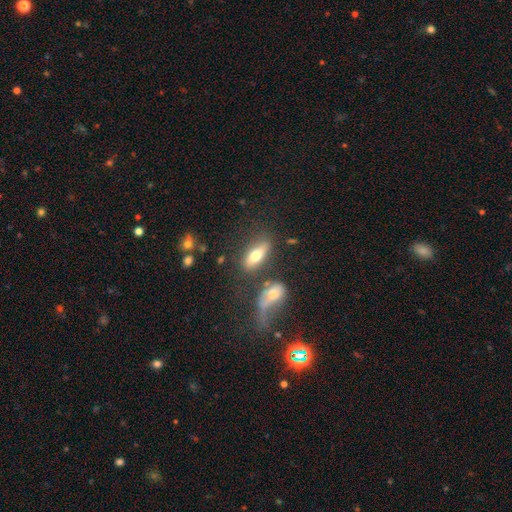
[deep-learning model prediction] Morphology: type=smooth (63%); roundness=in between (70%); merging=none (62%).